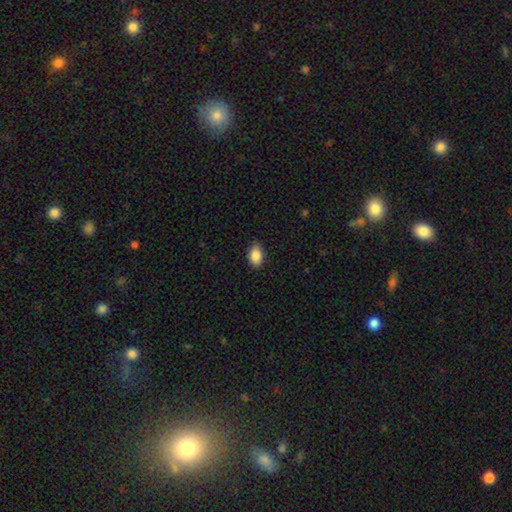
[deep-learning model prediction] Smooth or featured? Predicted: smooth (p=0.88). How rounded? Predicted: in between (p=0.87). Merging? Predicted: none (p=0.85).